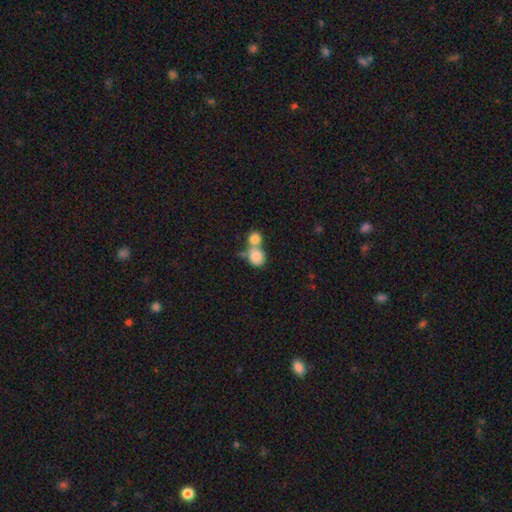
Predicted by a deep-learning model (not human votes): smooth_or_featured: smooth (p=0.82) [alt: featured or disk p=0.10]
how_rounded: round (p=0.70) [alt: in between p=0.29]
merging: merger (p=0.63) [alt: none p=0.26]